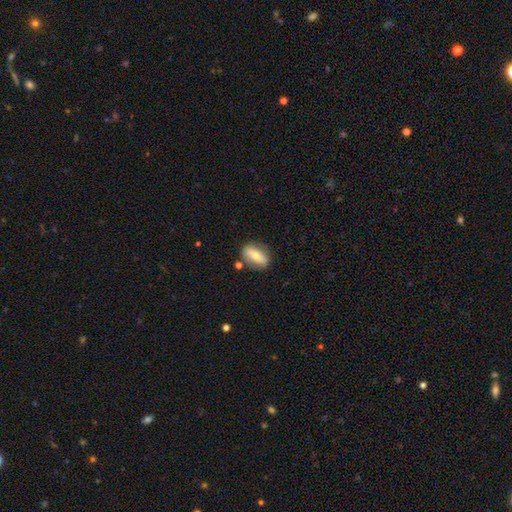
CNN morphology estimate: This is likely a smooth galaxy (63%). How rounded: clearly in between (81%). Merging: likely none (77%).